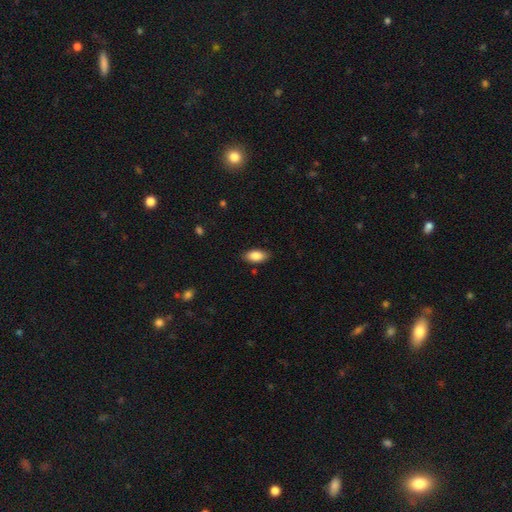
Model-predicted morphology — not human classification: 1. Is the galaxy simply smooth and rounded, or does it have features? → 86% smooth, 7% featured or disk, 7% star or artifact.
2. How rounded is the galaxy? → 92% in between, 5% cigar-shaped, 3% round.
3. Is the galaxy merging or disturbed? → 85% none, 11% minor disturbance, 2% major disturbance, 1% merger.